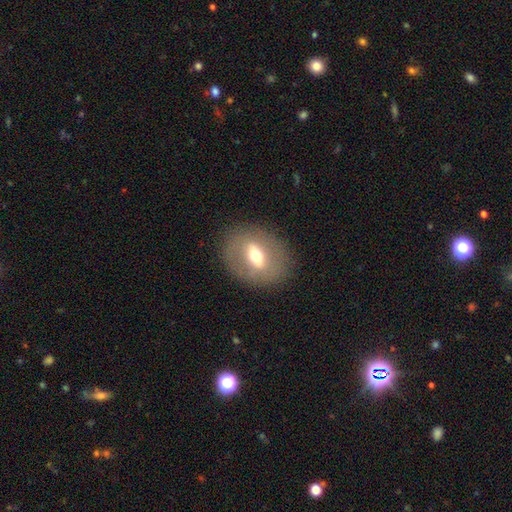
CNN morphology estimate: smooth_or_featured: featured or disk (p=0.48) [alt: smooth p=0.44]
merging: none (p=0.84) [alt: minor disturbance p=0.10]